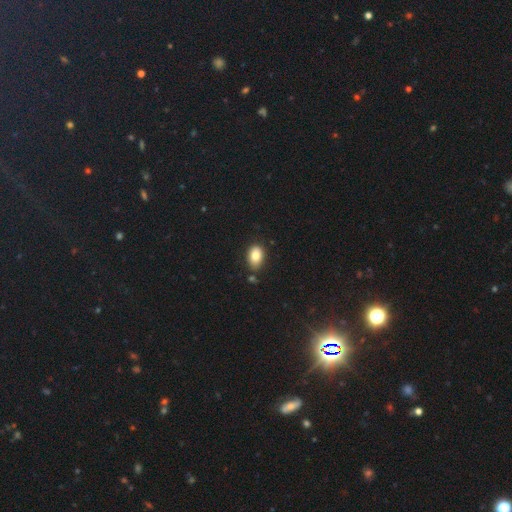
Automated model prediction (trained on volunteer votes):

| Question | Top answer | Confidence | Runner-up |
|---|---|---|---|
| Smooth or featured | smooth | 84% | star or artifact (9%) |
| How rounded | in between | 84% | round (15%) |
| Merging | none | 77% | minor disturbance (15%) |